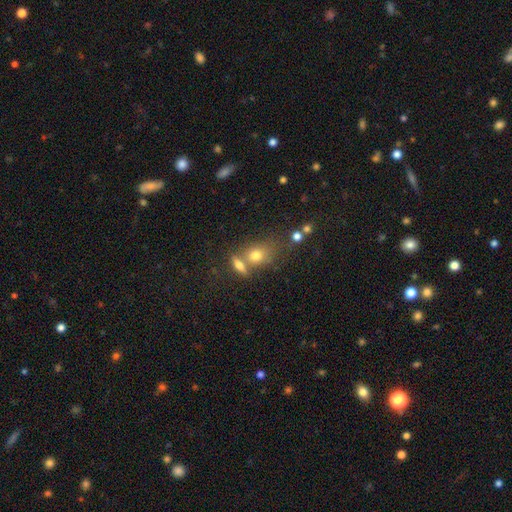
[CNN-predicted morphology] A smooth galaxy with no disk features (73%) that is in between round and cigar-shaped (52%). Merging: none (43%).